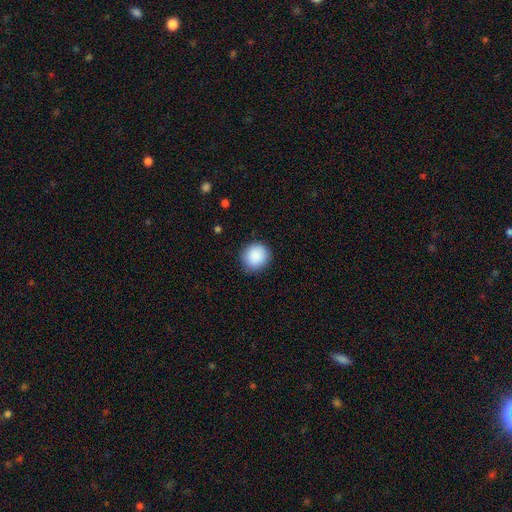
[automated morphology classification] This is clearly a smooth galaxy (89%). How rounded: clearly round (85%). Merging: clearly none (86%).